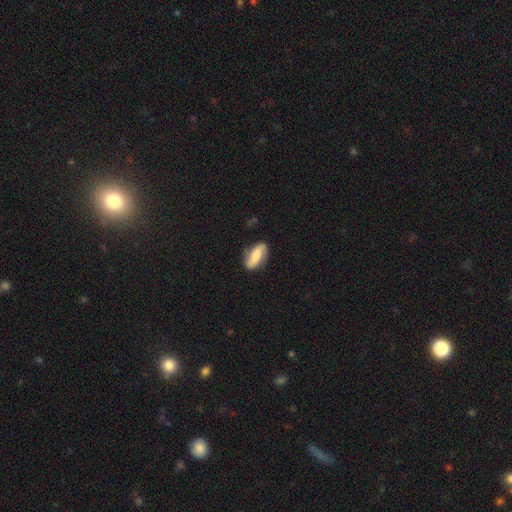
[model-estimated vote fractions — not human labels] A featured or disk galaxy (47%).

Vote fractions:
- Smooth or featured? featured or disk: 47% / smooth: 46% / star or artifact: 7%
- Merging? none: 81% / minor disturbance: 14% / major disturbance: 4% / merger: 2%